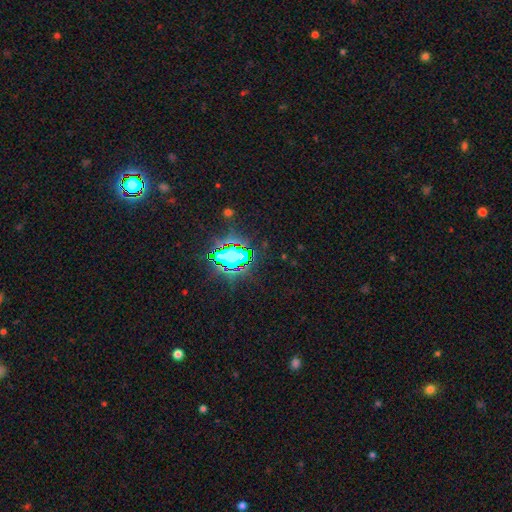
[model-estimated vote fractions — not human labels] This appears to be a star or artifact, not a galaxy (79%).